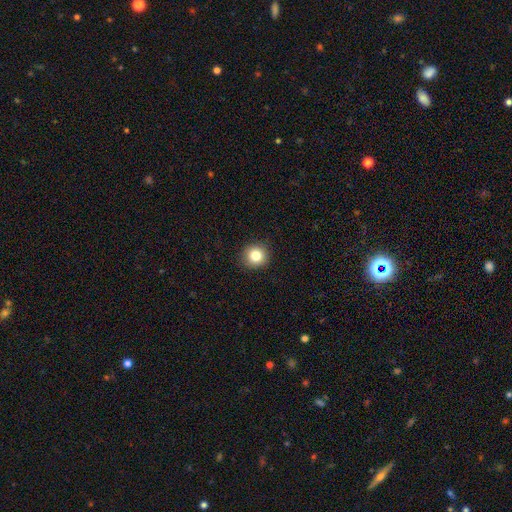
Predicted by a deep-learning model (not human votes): This appears to be a smooth galaxy with no disk features (83%) that is round (92%). Merging: none (91%).